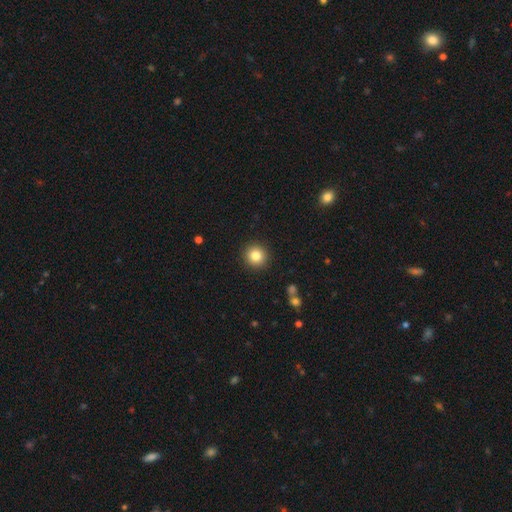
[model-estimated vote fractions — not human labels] Smooth or featured? smooth (83%)
How rounded? round (94%)
Merging? none (92%)